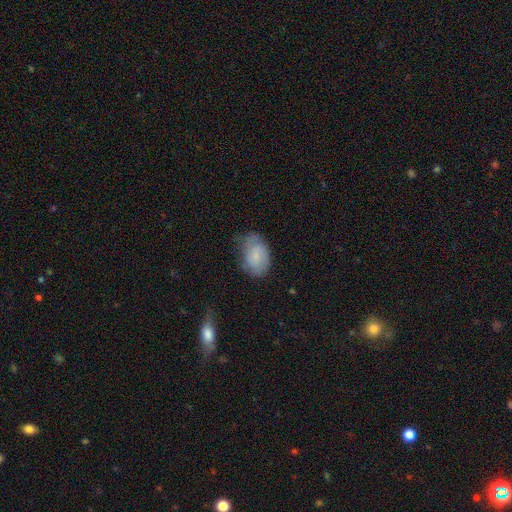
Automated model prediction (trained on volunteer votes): Smooth or featured? smooth (74%)
How rounded? in between (87%)
Merging? none (57%)